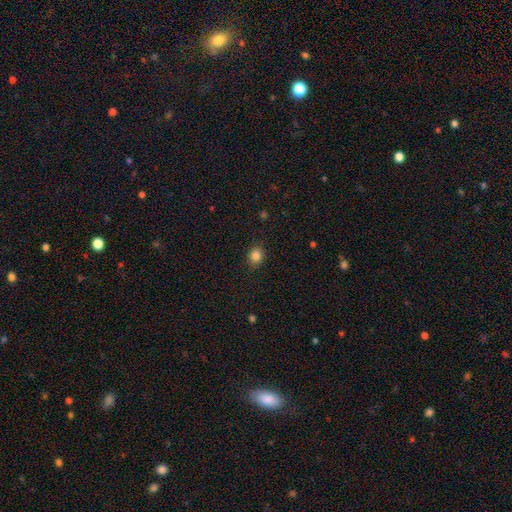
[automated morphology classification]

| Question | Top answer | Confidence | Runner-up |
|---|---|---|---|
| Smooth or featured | smooth | 84% | star or artifact (11%) |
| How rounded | round | 62% | in between (37%) |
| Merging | none | 88% | minor disturbance (8%) |